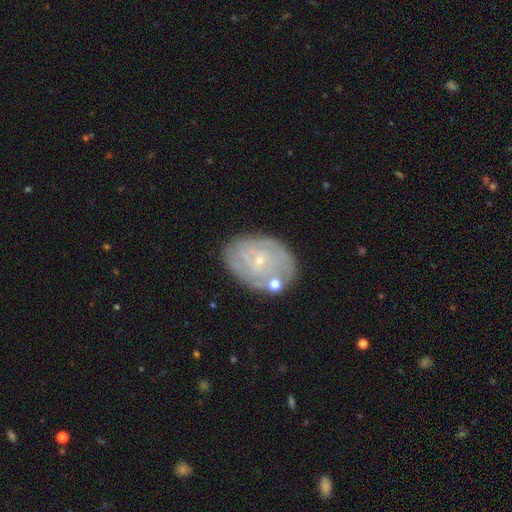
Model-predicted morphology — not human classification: Overall: featured or disk (64%; smooth 25%). Edge-on disk: no (95%). Bar: no (69%). Spiral arms: yes (77%). Bulge size: small (79%). Merging: none (76%).